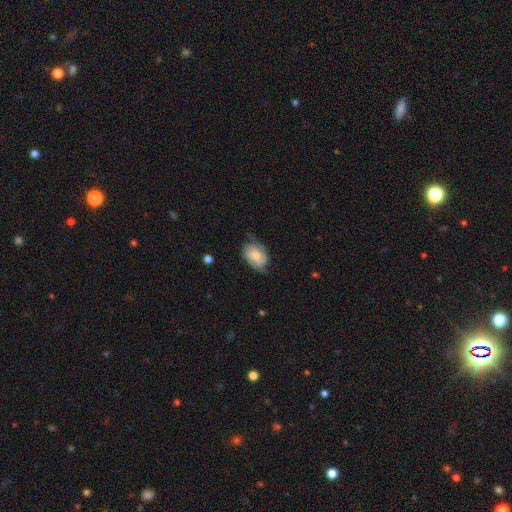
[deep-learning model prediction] This is possibly a featured or disk galaxy (48%). Merging: possibly none (57%).